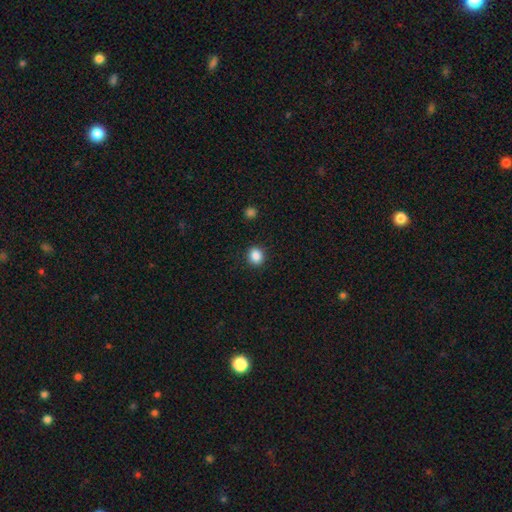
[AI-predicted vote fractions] A smooth galaxy with no disk features (87%) that is round (76%).

Vote fractions:
- Smooth or featured? smooth: 87% / star or artifact: 10% / featured or disk: 3%
- How rounded? round: 76% / in between: 23% / cigar-shaped: 1%
- Merging? none: 91% / minor disturbance: 6% / major disturbance: 2% / merger: 1%